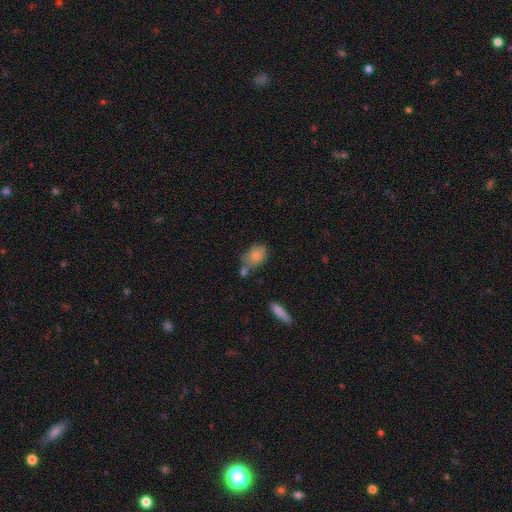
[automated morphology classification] smooth-or-featured: smooth: 79% | featured or disk: 13% | star or artifact: 8%
  how-rounded: in between: 75% | round: 23% | cigar-shaped: 2%
  merging: none: 48% | minor disturbance: 23% | merger: 22% | major disturbance: 7%